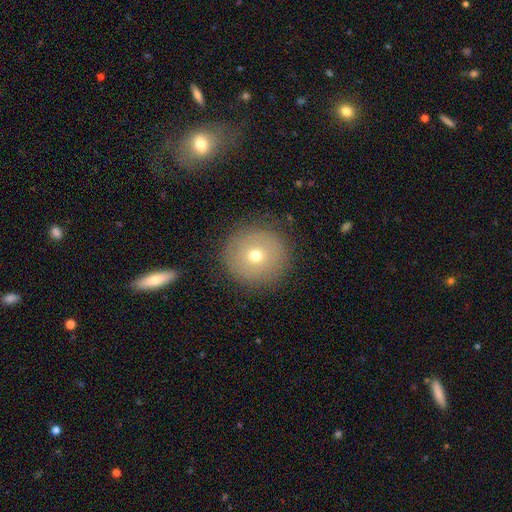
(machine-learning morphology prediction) This appears to be a smooth galaxy with no disk features (66%) that is round (95%). Merging: none (87%).